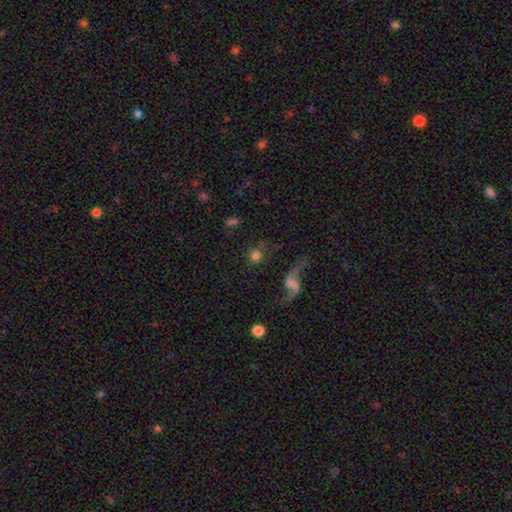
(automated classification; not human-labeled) Overall: smooth (63%; featured or disk 23%). How rounded: round (87%). Merging: none (70%).